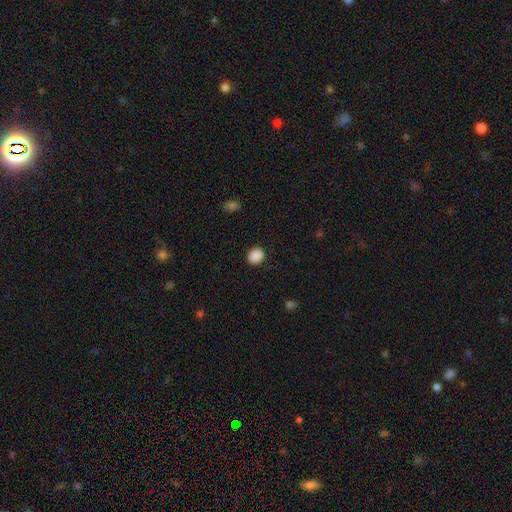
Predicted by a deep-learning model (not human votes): Smooth or featured: smooth — 89% (star or artifact — 9%)
How rounded: round — 69% (in between — 30%)
Merging: none — 90% (minor disturbance — 7%)